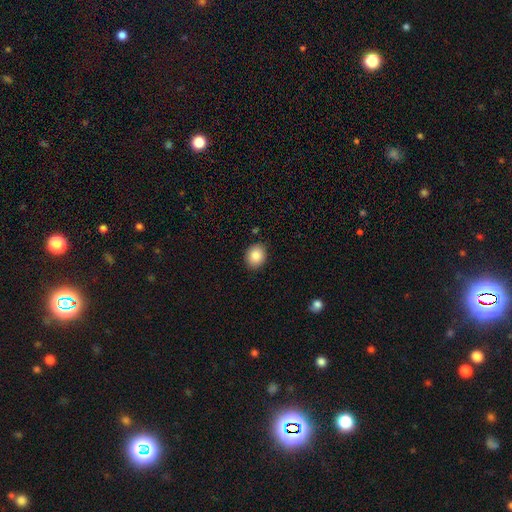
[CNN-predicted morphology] A smooth galaxy with no disk features (86%) that is round (62%). Merging: none (89%).